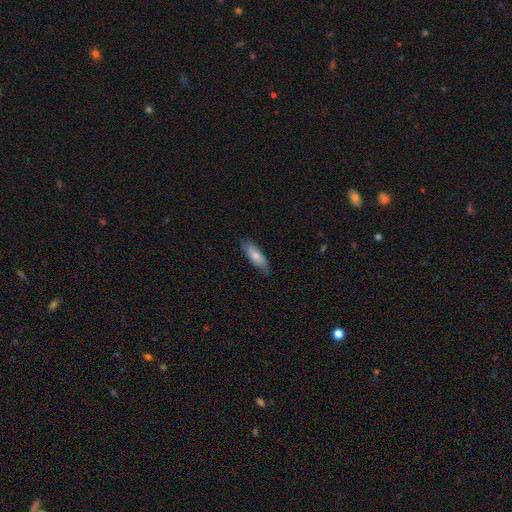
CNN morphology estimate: Smooth or featured: smooth — 74% (featured or disk — 21%)
How rounded: in between — 53% (cigar-shaped — 45%)
Merging: none — 75% (minor disturbance — 20%)